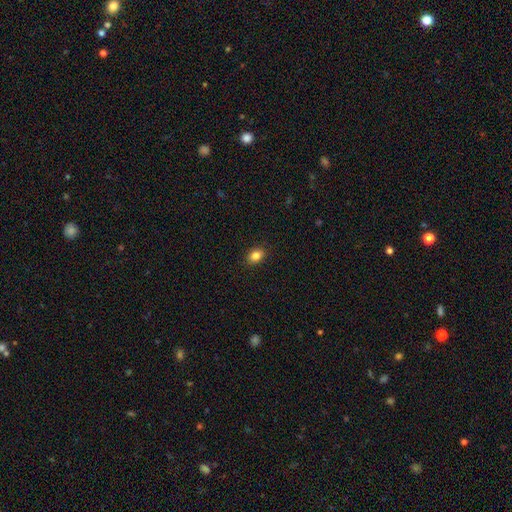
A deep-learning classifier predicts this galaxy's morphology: A smooth galaxy with no disk features (84%) that is in between round and cigar-shaped (70%).

Vote fractions:
- Smooth or featured? smooth: 84% / star or artifact: 10% / featured or disk: 6%
- How rounded? in between: 70% / round: 28% / cigar-shaped: 1%
- Merging? none: 89% / minor disturbance: 8% / major disturbance: 2% / merger: 1%